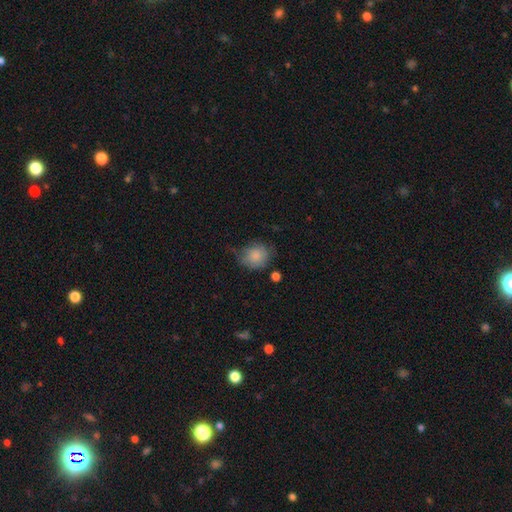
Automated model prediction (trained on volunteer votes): A smooth galaxy with no disk features (82%) that is round (71%).

Vote fractions:
- Smooth or featured? smooth: 82% / featured or disk: 10% / star or artifact: 8%
- How rounded? round: 71% / in between: 28% / cigar-shaped: 1%
- Merging? none: 52% / minor disturbance: 34% / major disturbance: 11% / merger: 3%